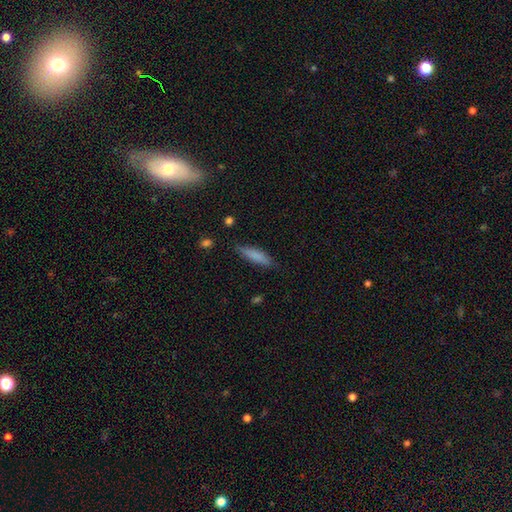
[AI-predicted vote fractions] smooth 81%, featured or disk 12%, star or artifact 7%. Down the decision tree: how rounded — cigar-shaped (73%); merging — none (80%).